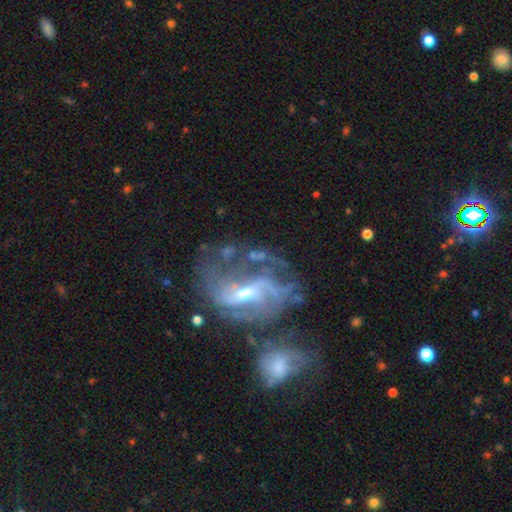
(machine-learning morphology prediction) Smooth or featured? Predicted: featured or disk (p=0.82). Edge-on disk? Predicted: no (p=0.97). Bar? Predicted: weak (p=0.48). Spiral arms? Predicted: yes (p=0.82). Spiral winding? Predicted: medium (p=0.43). Spiral arm count? Predicted: 2 (p=0.34). Bulge size? Predicted: small (p=0.46). Merging? Predicted: none (p=0.34).